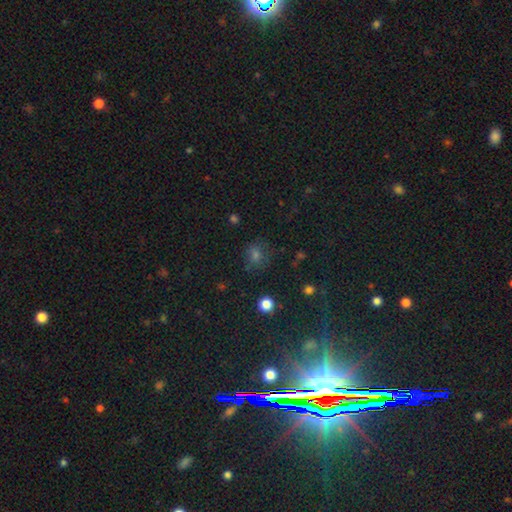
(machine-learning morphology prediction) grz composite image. It shows a smooth galaxy with no disk features (60%) that is round (77%). Merging: none (75%).